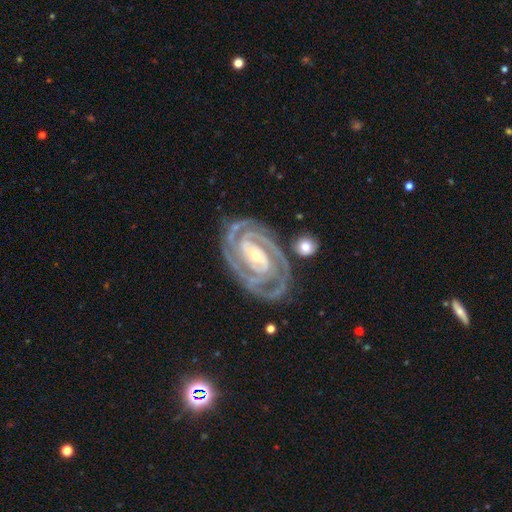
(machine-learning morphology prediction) Smooth or featured?
  - featured or disk: 93% *
  - star or artifact: 4%
  - smooth: 3%
Edge-on disk?
  - no: 97% *
  - yes: 3%
Bar?
  - strong: 39% *
  - weak: 31%
  - no: 30%
Spiral arms?
  - yes: 99% *
  - no: 1%
Spiral winding?
  - tight: 79% *
  - medium: 19%
  - loose: 2%
Spiral arm count?
  - 2: 55% *
  - 3: 23%
  - can't tell: 7%
  - 4: 7%
  - more than 4: 4%
  - 1: 3%
Bulge size?
  - small: 65% *
  - moderate: 31%
  - large: 2%
  - none: 1%
  - dominant: 1%
Merging?
  - none: 76% *
  - minor disturbance: 15%
  - major disturbance: 5%
  - merger: 3%